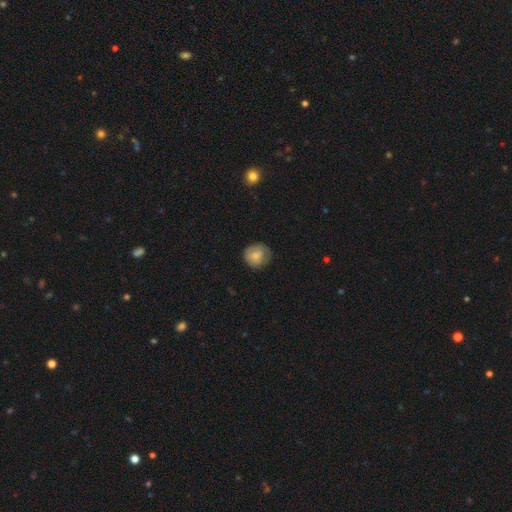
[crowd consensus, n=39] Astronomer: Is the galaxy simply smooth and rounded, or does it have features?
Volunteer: smooth — 92%.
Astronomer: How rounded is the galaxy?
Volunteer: round — 83%.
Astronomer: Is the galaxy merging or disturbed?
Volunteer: none — 74%.